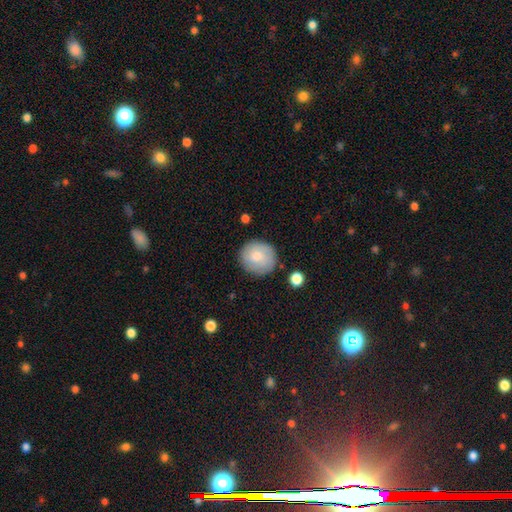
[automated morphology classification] This appears to be a smooth galaxy with no disk features (73%) that is round (87%). Merging: none (83%).